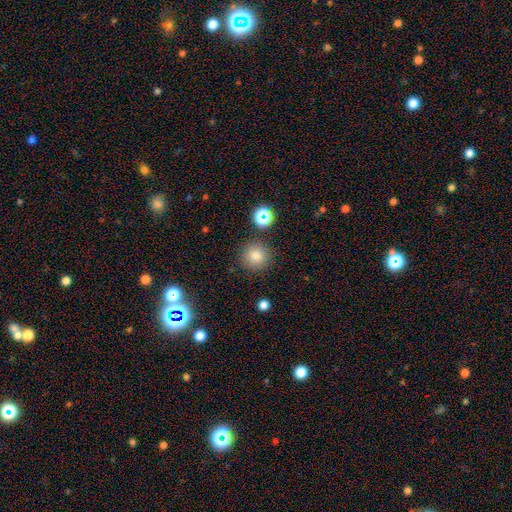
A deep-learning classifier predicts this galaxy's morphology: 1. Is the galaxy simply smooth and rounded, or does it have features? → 80% smooth, 14% star or artifact, 7% featured or disk.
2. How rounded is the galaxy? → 92% round, 7% in between, 1% cigar-shaped.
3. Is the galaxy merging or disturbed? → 87% none, 7% minor disturbance, 3% merger, 3% major disturbance.